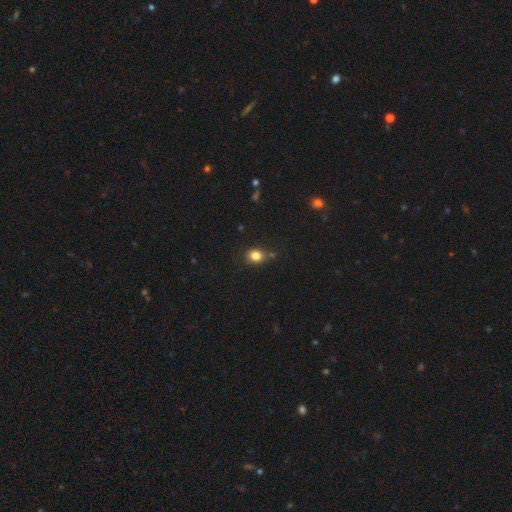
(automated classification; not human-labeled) This is clearly a smooth galaxy (83%). How rounded: possibly round (55%). Merging: likely none (72%).